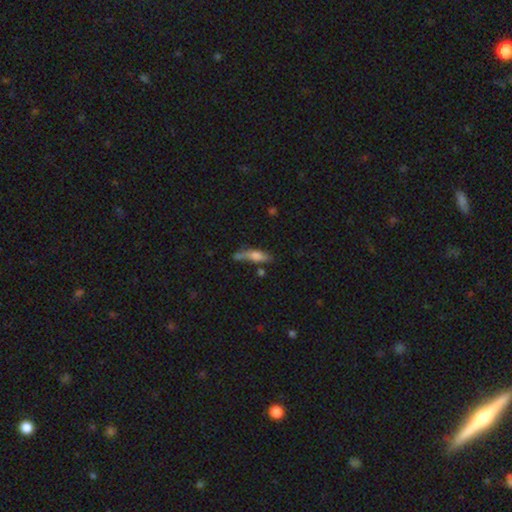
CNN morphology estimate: type=smooth (65%); roundness=cigar-shaped (60%); merging=none (48%).